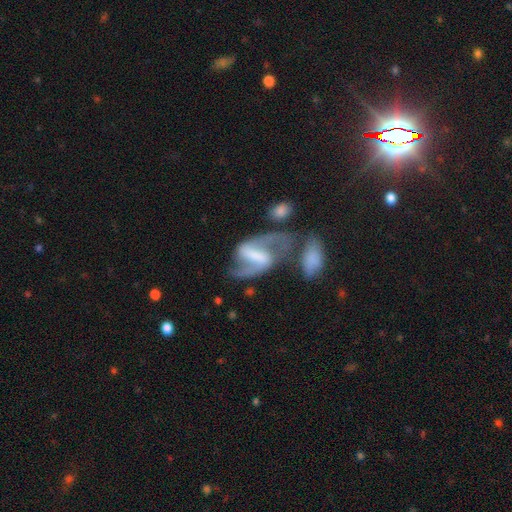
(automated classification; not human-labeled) A featured or disk galaxy (85%) with a strong bar (60%), 2 (91%) medium (45%) spiral arms (93%) and no central bulge (37%).

Vote fractions:
- Smooth or featured? featured or disk: 85% / smooth: 9% / star or artifact: 6%
- Edge-on disk? no: 97% / yes: 3%
- Bar? strong: 60% / weak: 30% / no: 10%
- Spiral arms? yes: 93% / no: 7%
- Spiral winding? medium: 45% / loose: 44% / tight: 11%
- Spiral arm count? 2: 91% / can't tell: 3% / 1: 3% / 3: 1% / 4: 1% / more than 4: 1%
- Bulge size? none: 37% / moderate: 24% / small: 22% / large: 15% / dominant: 3%
- Merging? none: 53% / minor disturbance: 17% / merger: 17% / major disturbance: 13%